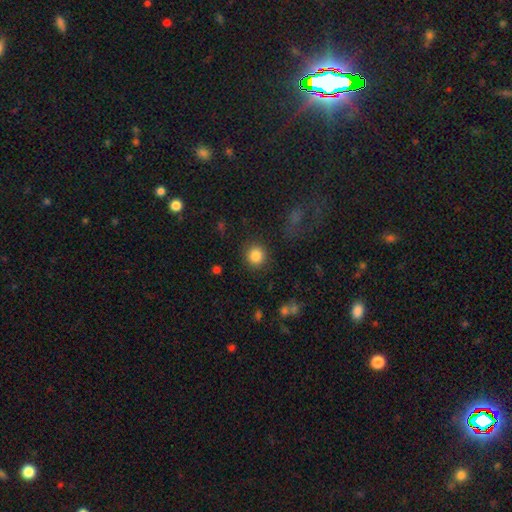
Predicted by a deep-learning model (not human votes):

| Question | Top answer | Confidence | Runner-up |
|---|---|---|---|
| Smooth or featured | smooth | 85% | star or artifact (10%) |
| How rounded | round | 91% | in between (8%) |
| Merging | none | 88% | minor disturbance (7%) |